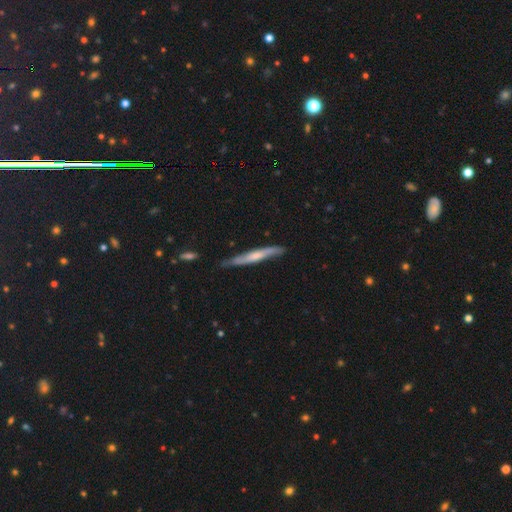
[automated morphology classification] Smooth or featured?
  - featured or disk: 54% *
  - smooth: 41%
  - star or artifact: 5%
Edge-on disk?
  - yes: 86% *
  - no: 14%
Merging?
  - none: 75% *
  - minor disturbance: 20%
  - major disturbance: 3%
  - merger: 2%